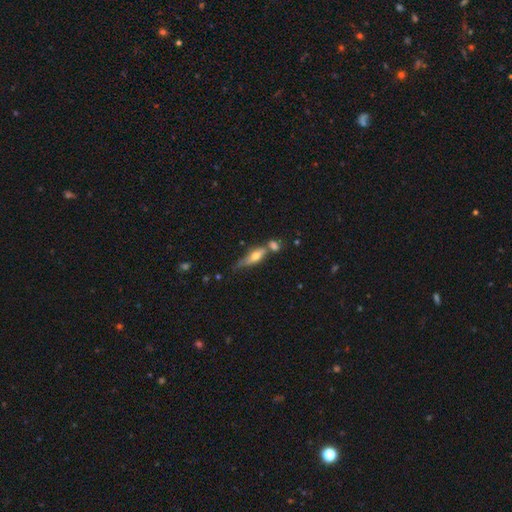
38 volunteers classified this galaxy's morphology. featured or disk 50%, smooth 47%, star or artifact 3%. Down the decision tree: edge-on disk — yes (95%); edge-on bulge — rounded (100%); merging — none (51%).